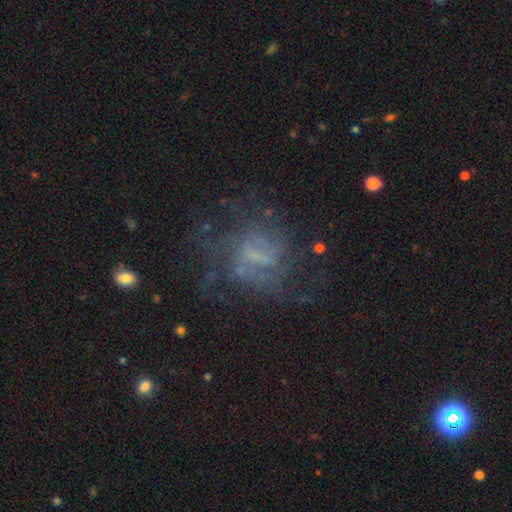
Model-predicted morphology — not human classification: Smooth or featured? featured or disk (63%)
Edge-on disk? no (97%)
Bar? weak (45%)
Spiral arms? yes (61%)
Bulge size? none (46%)
Merging? none (54%)